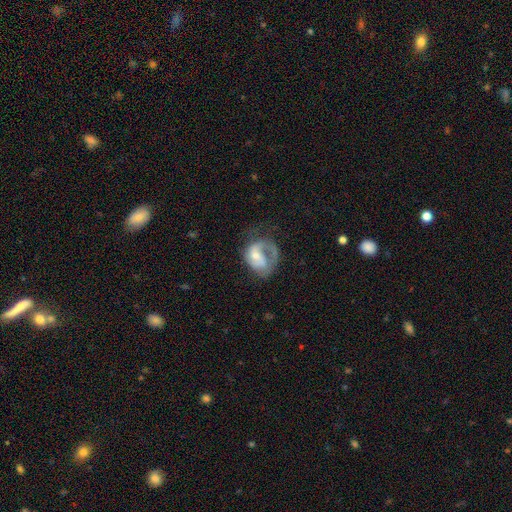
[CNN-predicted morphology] The model was most divided on "bulge size": small: 49%, moderate: 41%, none: 5%, large: 4%, dominant: 1%. Remaining: edge-on disk — no (98%); spiral arms — yes (77%); smooth or featured — featured or disk (66%); bar — no (59%); merging — major disturbance (42%).